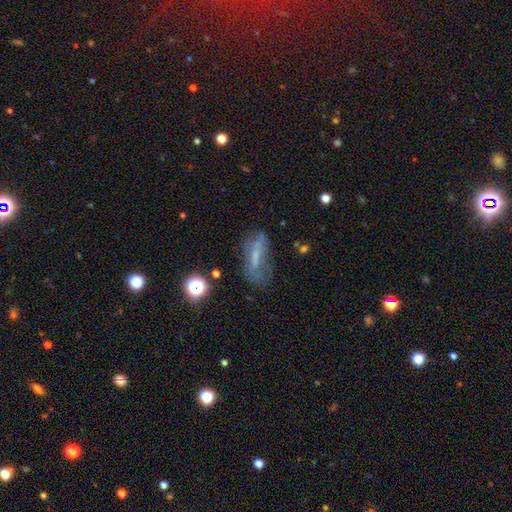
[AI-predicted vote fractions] Overall: featured or disk (43%; smooth 39%). Merging: none (50%; minor disturbance 24%).